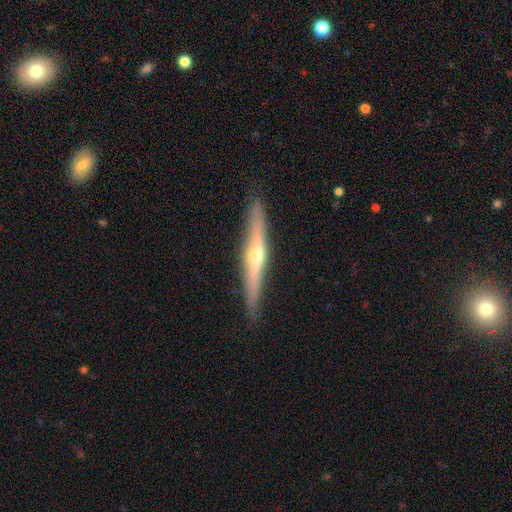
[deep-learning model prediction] smooth_or_featured: featured or disk (p=0.71) [alt: smooth p=0.23]
disk_edge_on: yes (p=0.96) [alt: no p=0.04]
edge_on_bulge: rounded (p=0.85) [alt: none p=0.12]
merging: none (p=0.89) [alt: minor disturbance p=0.08]